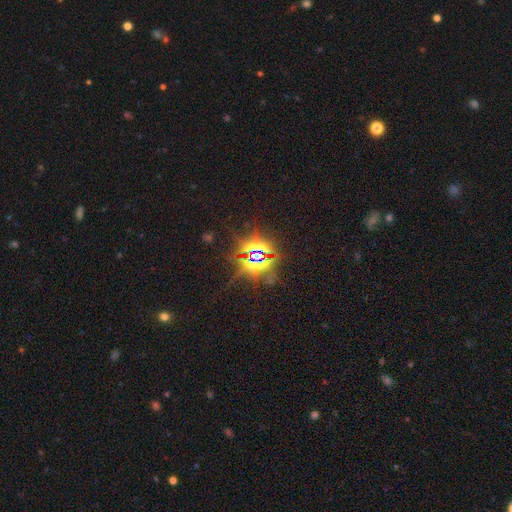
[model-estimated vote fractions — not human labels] Overall: star or artifact (83%).